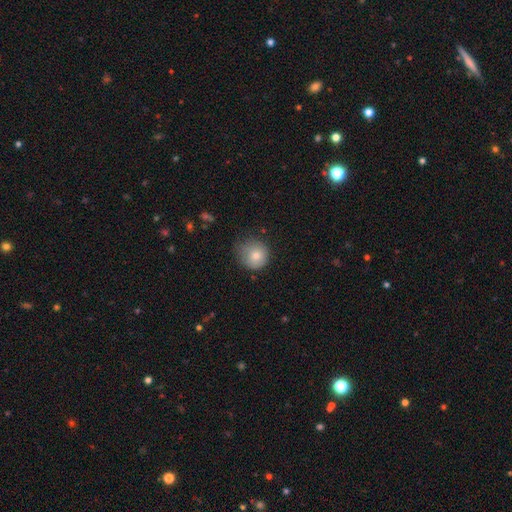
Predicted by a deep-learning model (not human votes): This is likely a smooth galaxy (79%). How rounded: clearly round (88%). Merging: possibly none (54%).